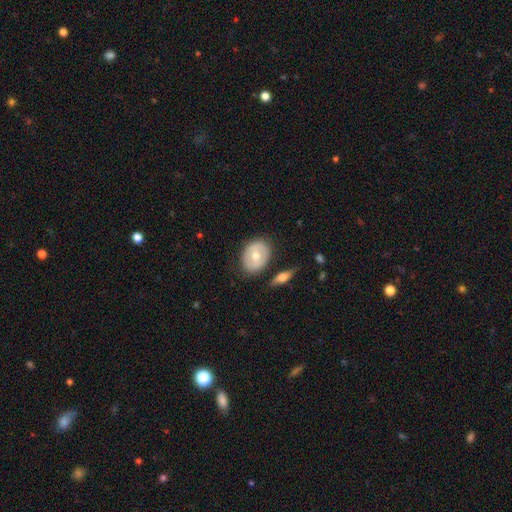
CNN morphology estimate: Q: Smooth or featured?
A: smooth (51%); runner-up: featured or disk (43%)
Q: How rounded?
A: in between (61%); runner-up: round (38%)
Q: Merging?
A: none (78%); runner-up: minor disturbance (13%)